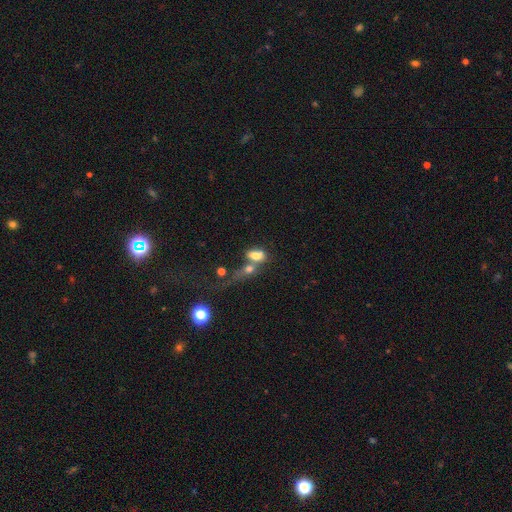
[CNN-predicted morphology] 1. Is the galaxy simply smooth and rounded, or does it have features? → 71% smooth, 19% featured or disk, 11% star or artifact.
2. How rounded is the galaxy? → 81% in between, 14% round, 5% cigar-shaped.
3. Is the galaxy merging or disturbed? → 60% merger, 21% none, 10% major disturbance, 9% minor disturbance.